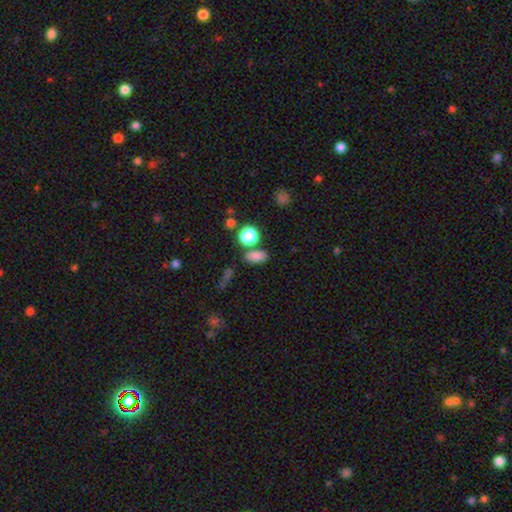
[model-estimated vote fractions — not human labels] smooth_or_featured: smooth (p=0.79) [alt: star or artifact p=0.15]
how_rounded: in between (p=0.72) [alt: round p=0.22]
merging: none (p=0.74) [alt: merger p=0.12]